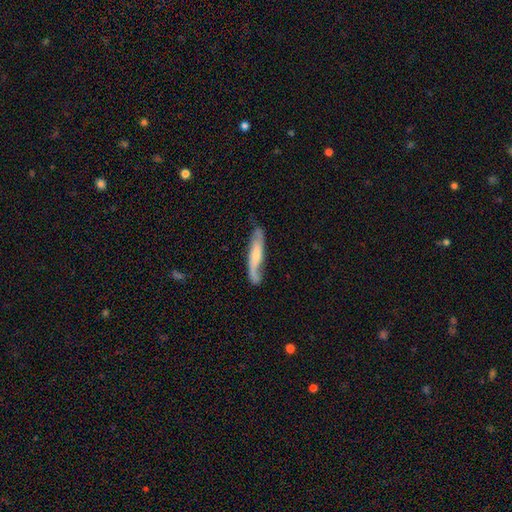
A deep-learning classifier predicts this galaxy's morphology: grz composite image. It shows a featured or disk galaxy (57%). Merging: none (66%).